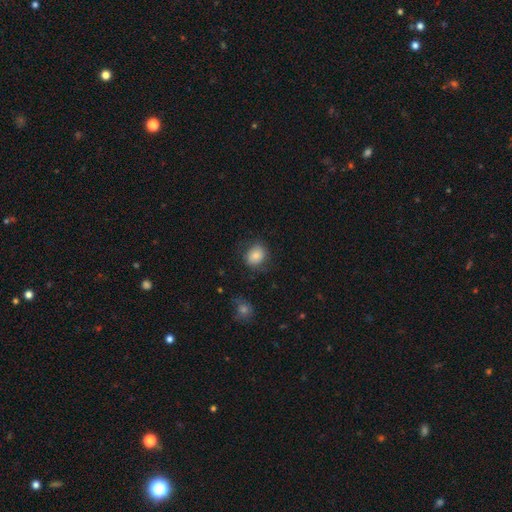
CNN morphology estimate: Smooth or featured? smooth (80%)
How rounded? round (55%)
Merging? none (73%)